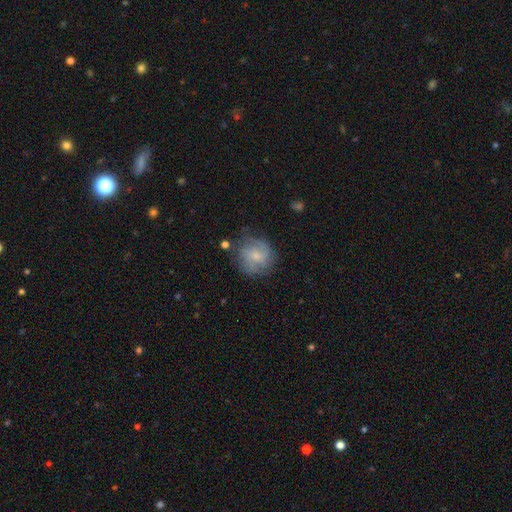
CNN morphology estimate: Smooth or featured? Predicted: featured or disk (p=0.48). Merging? Predicted: none (p=0.66).